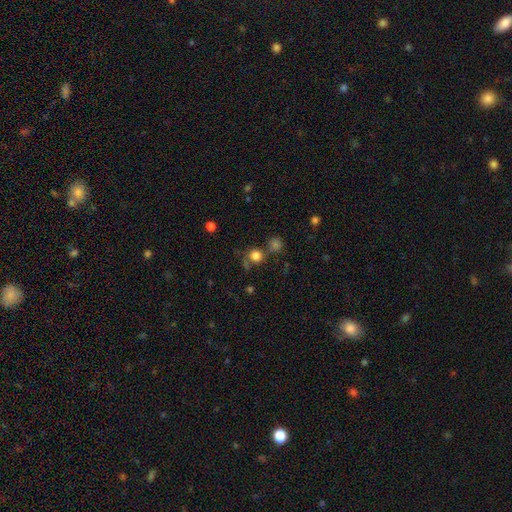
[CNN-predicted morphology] Q: Smooth or featured?
A: smooth (79%); runner-up: star or artifact (15%)
Q: How rounded?
A: round (89%); runner-up: in between (10%)
Q: Merging?
A: none (64%); runner-up: merger (15%)